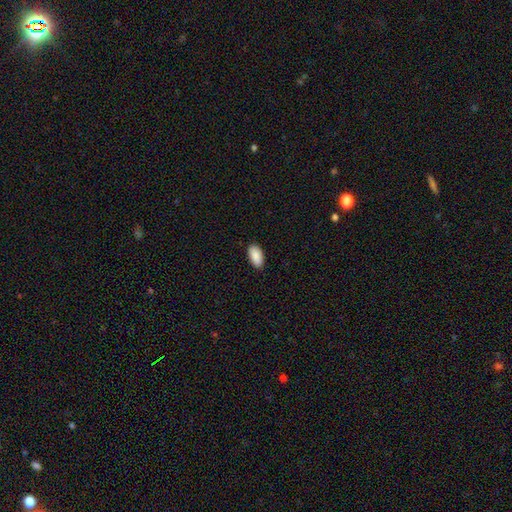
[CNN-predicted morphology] A smooth galaxy with no disk features (90%) that is in between round and cigar-shaped (95%). Merging: none (89%).